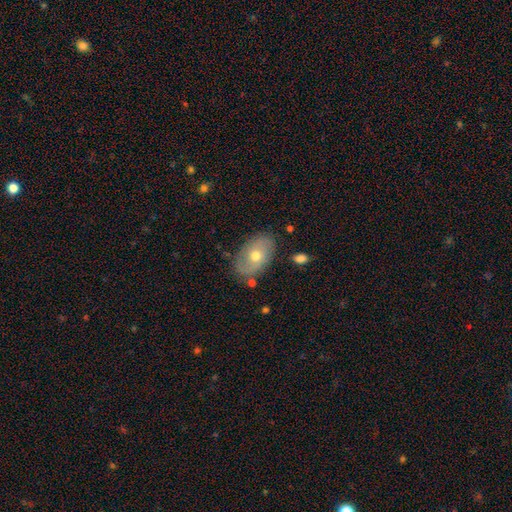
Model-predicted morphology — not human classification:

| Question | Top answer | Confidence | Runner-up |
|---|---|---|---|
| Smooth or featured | smooth | 50% | featured or disk (42%) |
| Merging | none | 78% | minor disturbance (15%) |